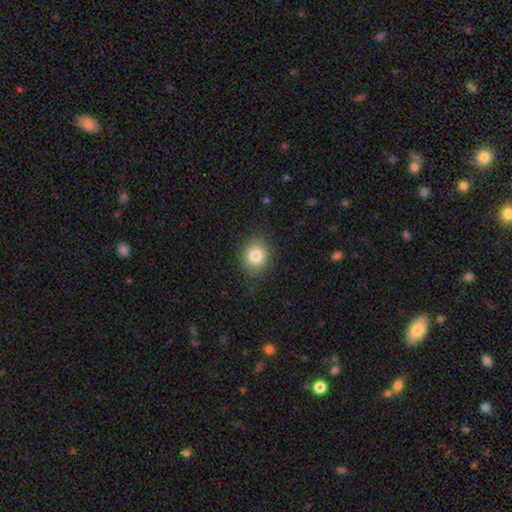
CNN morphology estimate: This is clearly a smooth galaxy (83%). How rounded: likely round (71%). Merging: clearly none (86%).